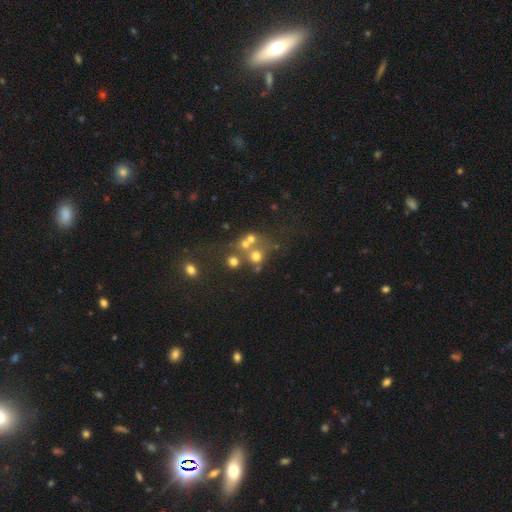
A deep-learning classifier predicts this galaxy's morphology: smooth 52%, star or artifact 25%, featured or disk 23%. Down the decision tree: how rounded — round (82%); merging — none (44%).